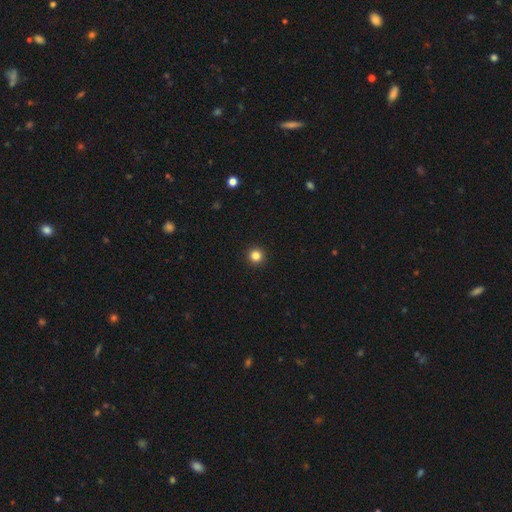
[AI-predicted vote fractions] This appears to be a smooth galaxy with no disk features (83%) that is round (96%). Merging: none (94%).